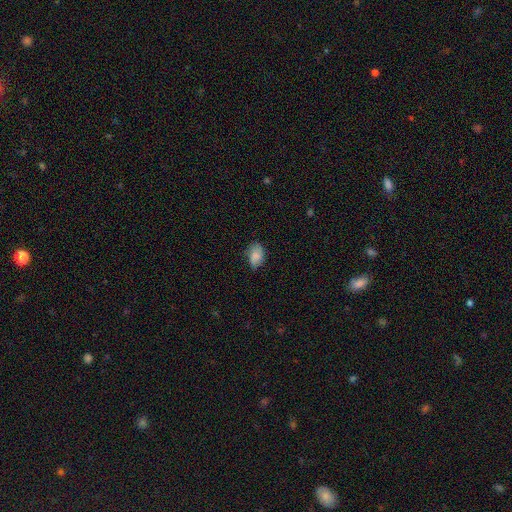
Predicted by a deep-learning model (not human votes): smooth-or-featured: smooth: 83% | featured or disk: 9% | star or artifact: 8%
  how-rounded: in between: 86% | round: 12% | cigar-shaped: 1%
  merging: none: 67% | minor disturbance: 26% | major disturbance: 5% | merger: 1%